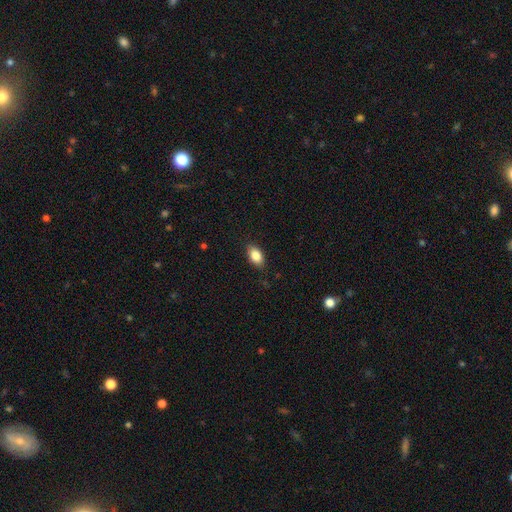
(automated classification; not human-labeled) Smooth or featured? smooth (84%)
How rounded? in between (89%)
Merging? none (85%)